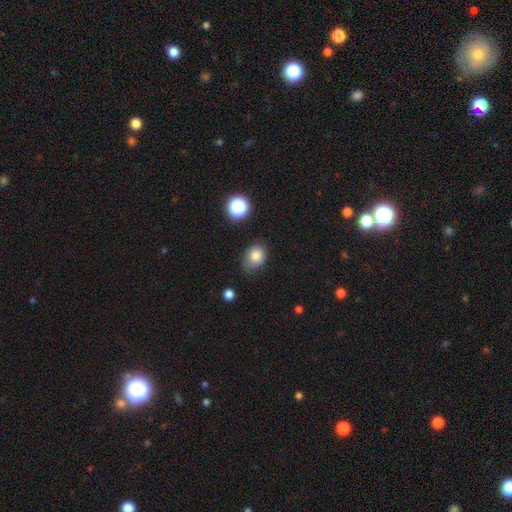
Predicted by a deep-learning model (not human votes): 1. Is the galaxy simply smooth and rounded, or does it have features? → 79% smooth, 11% star or artifact, 10% featured or disk.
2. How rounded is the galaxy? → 54% in between, 45% round, 1% cigar-shaped.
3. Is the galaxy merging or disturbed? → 53% none, 34% minor disturbance, 10% major disturbance, 3% merger.